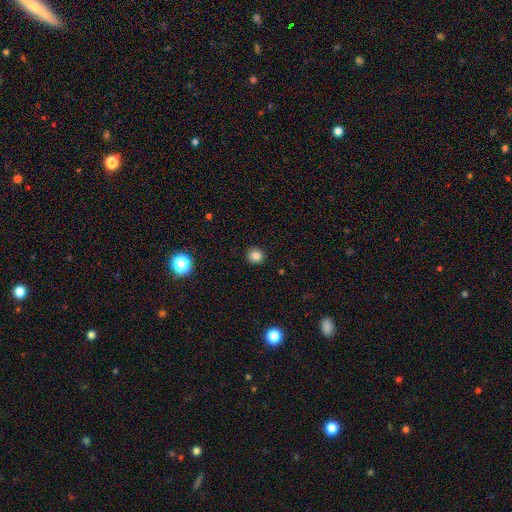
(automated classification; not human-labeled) A smooth galaxy with no disk features (84%) that is round (93%).

Vote fractions:
- Smooth or featured? smooth: 84% / star or artifact: 12% / featured or disk: 4%
- How rounded? round: 93% / in between: 6% / cigar-shaped: 1%
- Merging? none: 92% / minor disturbance: 5% / major disturbance: 2% / merger: 1%